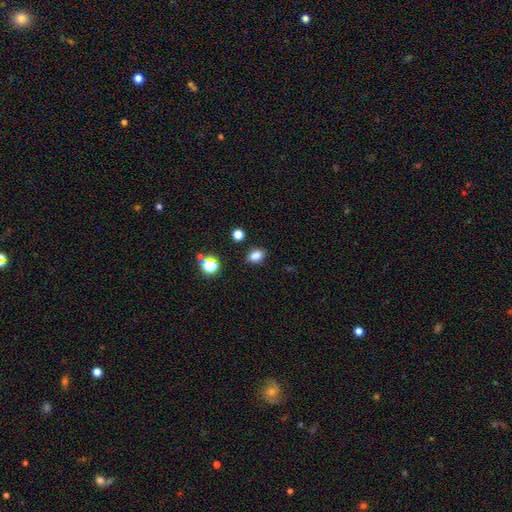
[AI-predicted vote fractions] smooth_or_featured: smooth (p=0.80) [alt: star or artifact p=0.15]
how_rounded: in between (p=0.74) [alt: round p=0.25]
merging: none (p=0.81) [alt: minor disturbance p=0.12]